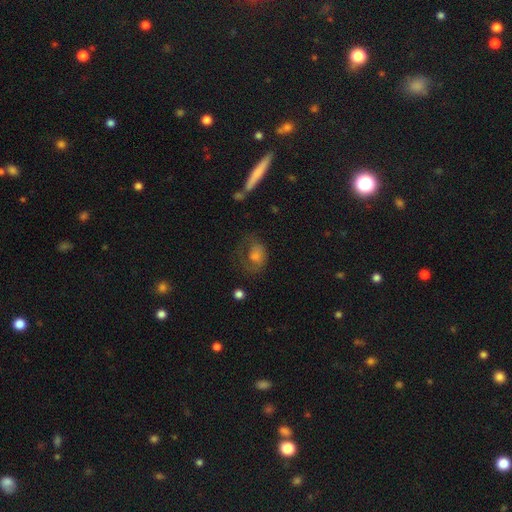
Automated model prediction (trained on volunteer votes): Q: Smooth or featured?
A: smooth (48%); runner-up: featured or disk (39%)
Q: Merging?
A: none (41%); runner-up: major disturbance (34%)